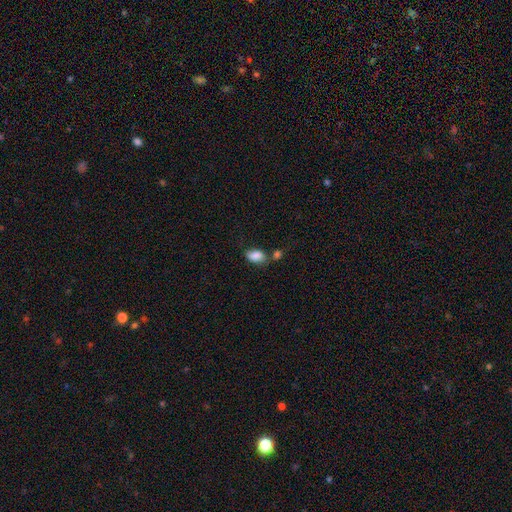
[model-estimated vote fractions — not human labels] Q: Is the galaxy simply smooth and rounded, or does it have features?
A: smooth — 85%.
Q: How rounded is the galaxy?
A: in between — 89%.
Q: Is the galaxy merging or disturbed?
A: none — 50%.